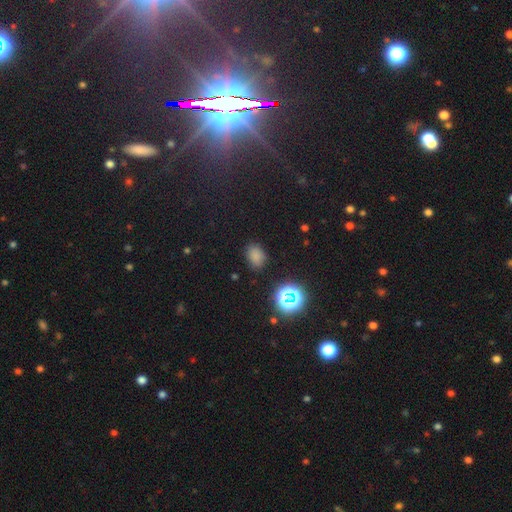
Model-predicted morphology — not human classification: The model was most divided on "how rounded": in between: 73%, round: 25%, cigar-shaped: 1%. More confident: merging — none (78%); smooth or featured — smooth (71%).